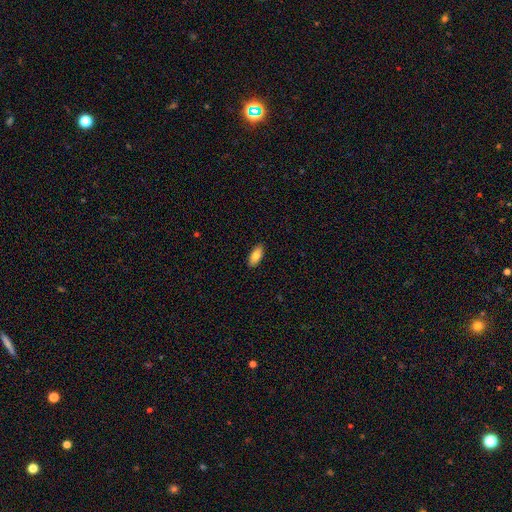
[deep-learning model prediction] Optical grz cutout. It shows a smooth galaxy with no disk features (82%) that is in between round and cigar-shaped (87%). Merging: none (90%).